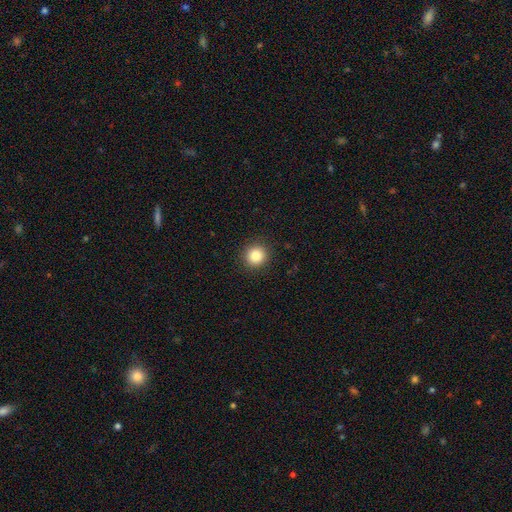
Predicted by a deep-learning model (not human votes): A smooth galaxy with no disk features (85%) that is round (92%).

Vote fractions:
- Smooth or featured? smooth: 85% / star or artifact: 11% / featured or disk: 5%
- How rounded? round: 92% / in between: 7% / cigar-shaped: 1%
- Merging? none: 91% / minor disturbance: 6% / major disturbance: 2% / merger: 1%